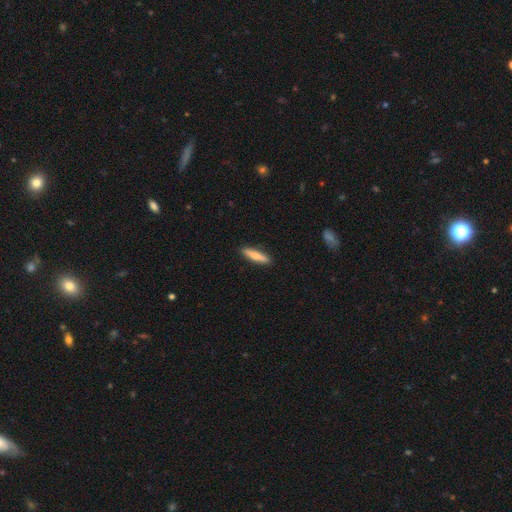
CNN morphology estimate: Smooth or featured?
  - smooth: 73% *
  - featured or disk: 21%
  - star or artifact: 6%
How rounded?
  - cigar-shaped: 82% *
  - in between: 16%
  - round: 2%
Merging?
  - none: 90% *
  - minor disturbance: 7%
  - major disturbance: 2%
  - merger: 1%